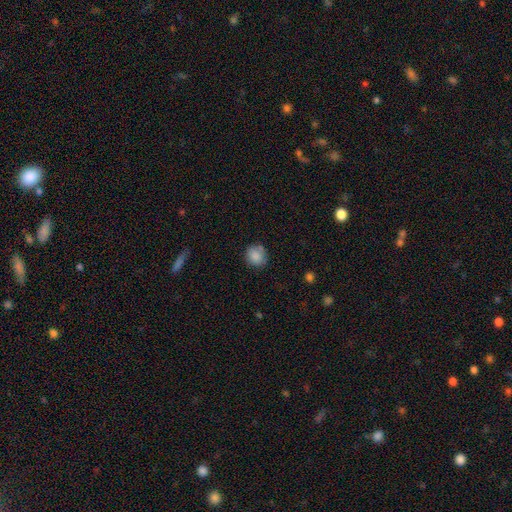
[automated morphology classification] This is clearly a smooth galaxy (85%). How rounded: clearly round (80%). Merging: likely none (74%).